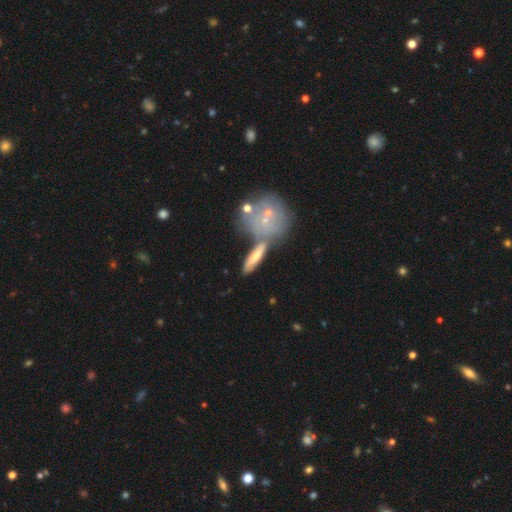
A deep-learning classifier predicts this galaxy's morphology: The model was most divided on "smooth or featured": featured or disk: 44%, smooth: 43%, star or artifact: 13%. More confident: merging — none (51%).